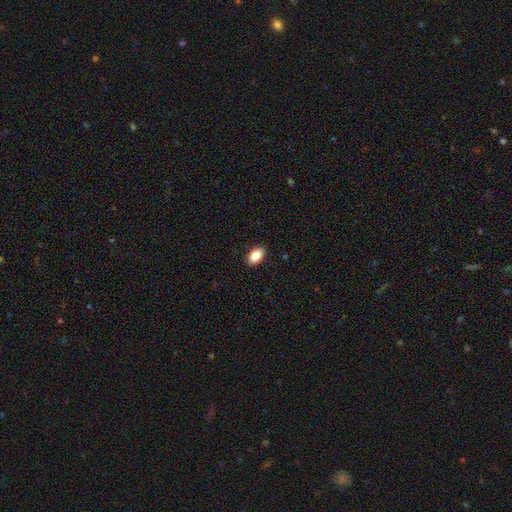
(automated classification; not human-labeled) Smooth or featured? smooth (87%)
How rounded? in between (92%)
Merging? none (90%)